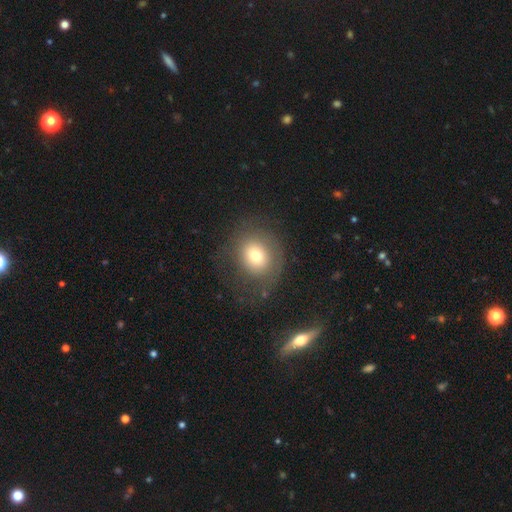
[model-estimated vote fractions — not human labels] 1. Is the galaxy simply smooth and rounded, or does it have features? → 69% smooth, 18% featured or disk, 12% star or artifact.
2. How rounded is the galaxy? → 71% round, 28% in between, 1% cigar-shaped.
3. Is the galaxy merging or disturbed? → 67% none, 17% minor disturbance, 14% major disturbance, 2% merger.